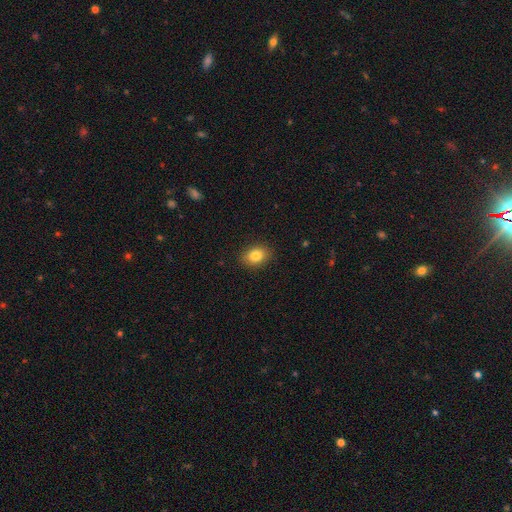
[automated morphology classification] Smooth or featured: smooth — 83% (star or artifact — 9%)
How rounded: in between — 69% (round — 30%)
Merging: none — 89% (minor disturbance — 8%)